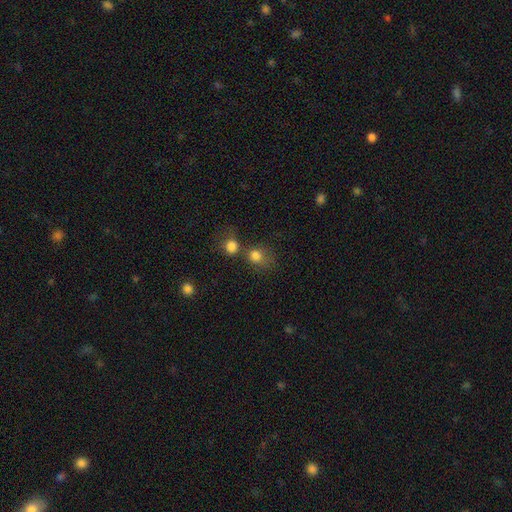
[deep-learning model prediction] Smooth or featured?
  - smooth: 79% *
  - star or artifact: 13%
  - featured or disk: 8%
How rounded?
  - round: 74% *
  - in between: 25%
  - cigar-shaped: 1%
Merging?
  - none: 45% *
  - merger: 36%
  - minor disturbance: 12%
  - major disturbance: 8%